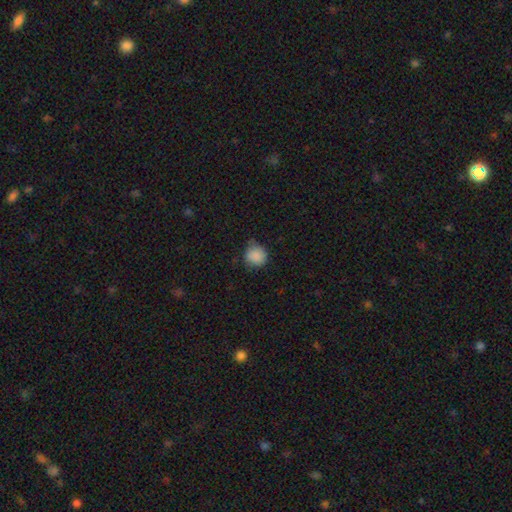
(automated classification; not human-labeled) The model was most divided on "merging": none: 64%, minor disturbance: 29%, major disturbance: 5%, merger: 2%. More confident: smooth or featured — smooth (87%); how rounded — round (87%).